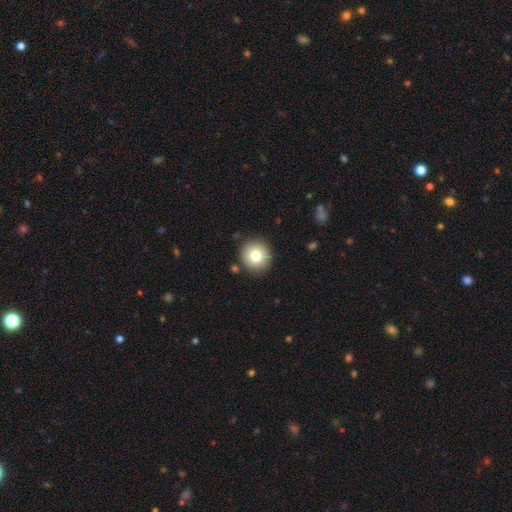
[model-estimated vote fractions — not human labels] Overall: smooth (78%). How rounded: round (92%). Merging: none (89%).